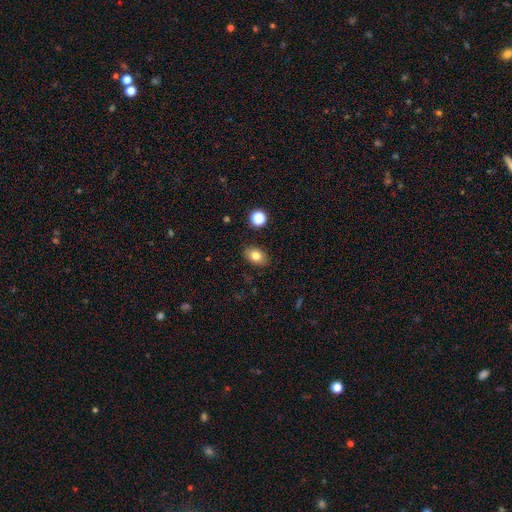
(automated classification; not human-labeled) smooth-or-featured: smooth: 79% | featured or disk: 11% | star or artifact: 10%
  how-rounded: in between: 78% | round: 21% | cigar-shaped: 1%
  merging: none: 87% | minor disturbance: 9% | major disturbance: 2% | merger: 2%